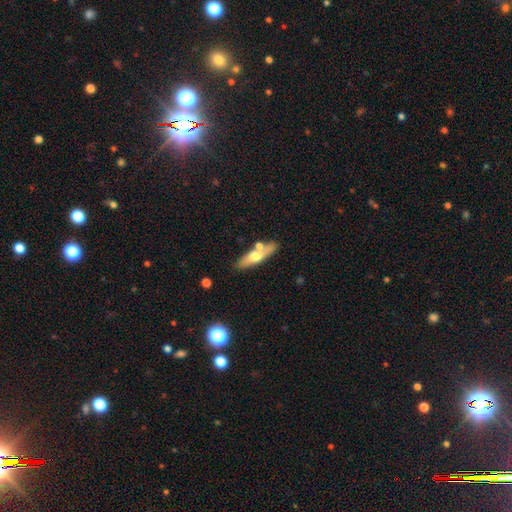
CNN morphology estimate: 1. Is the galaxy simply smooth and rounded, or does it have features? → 54% smooth, 41% featured or disk, 6% star or artifact.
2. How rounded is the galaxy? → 61% cigar-shaped, 36% in between, 3% round.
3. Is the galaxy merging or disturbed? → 72% none, 13% merger, 12% minor disturbance, 3% major disturbance.